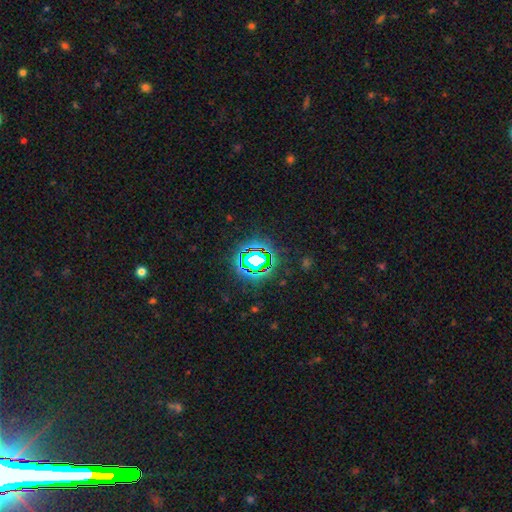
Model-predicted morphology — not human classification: A star or artifact, not a galaxy (75%).